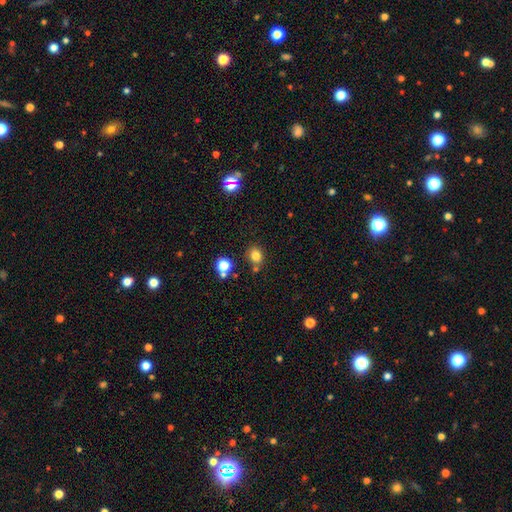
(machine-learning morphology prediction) This is likely a smooth galaxy (79%). How rounded: possibly round (59%). Merging: likely none (75%).